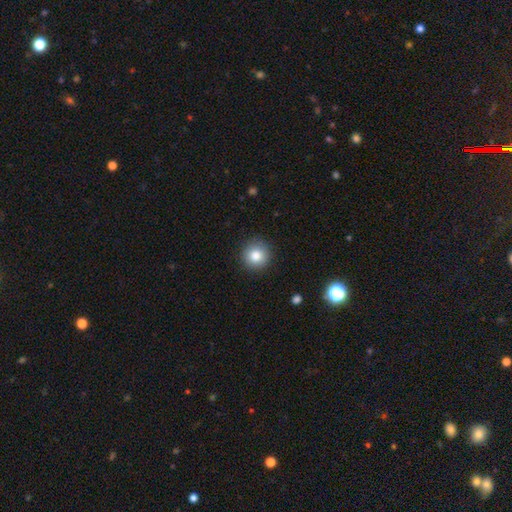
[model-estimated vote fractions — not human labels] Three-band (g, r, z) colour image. It shows a smooth galaxy with no disk features (83%) that is round (94%). Merging: none (90%).